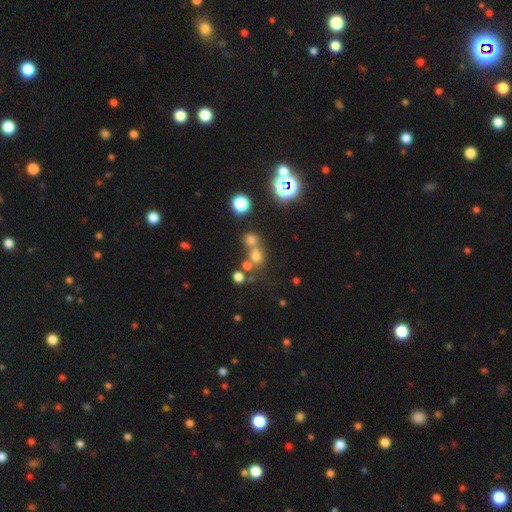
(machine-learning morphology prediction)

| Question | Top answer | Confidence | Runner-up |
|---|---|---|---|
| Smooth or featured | smooth | 58% | star or artifact (30%) |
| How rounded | round | 78% | in between (21%) |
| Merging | none | 45% | merger (41%) |